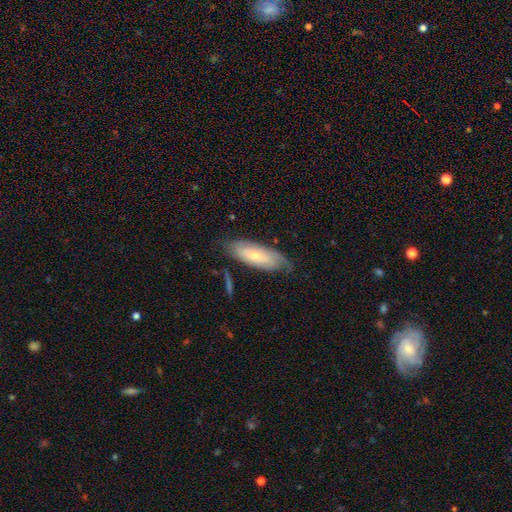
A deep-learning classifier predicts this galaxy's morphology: Q: Smooth or featured?
A: featured or disk (49%); runner-up: smooth (45%)
Q: Merging?
A: none (67%); runner-up: minor disturbance (24%)